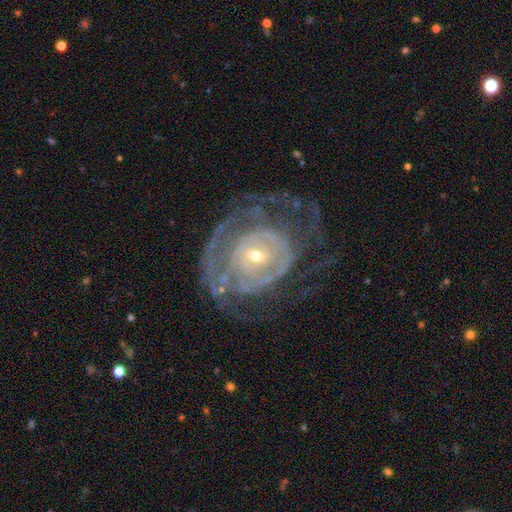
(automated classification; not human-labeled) A featured or disk galaxy (83%) with no bar (59%), tight (68%) spiral arms (79%) and a small central bulge (66%).

Vote fractions:
- Smooth or featured? featured or disk: 83% / smooth: 10% / star or artifact: 7%
- Edge-on disk? no: 96% / yes: 4%
- Bar? no: 59% / weak: 30% / strong: 11%
- Spiral arms? yes: 79% / no: 21%
- Spiral winding? tight: 68% / medium: 22% / loose: 10%
- Spiral arm count? can't tell: 48% / 2: 21% / 3: 10% / 1: 9% / 4: 7% / more than 4: 5%
- Bulge size? small: 66% / moderate: 30% / large: 2% / none: 1% / dominant: 1%
- Merging? none: 50% / major disturbance: 29% / minor disturbance: 19% / merger: 2%